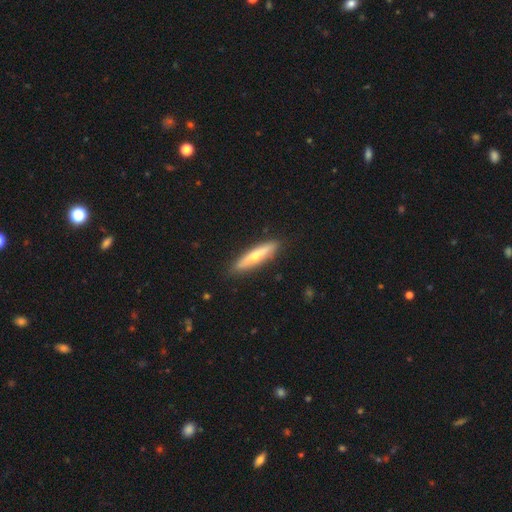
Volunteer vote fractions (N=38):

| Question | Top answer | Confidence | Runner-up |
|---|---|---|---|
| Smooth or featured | featured or disk | 53% | smooth (45%) |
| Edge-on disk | yes | 95% | no (5%) |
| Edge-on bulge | rounded | 84% | none (16%) |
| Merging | none | 86% | minor disturbance (8%) |